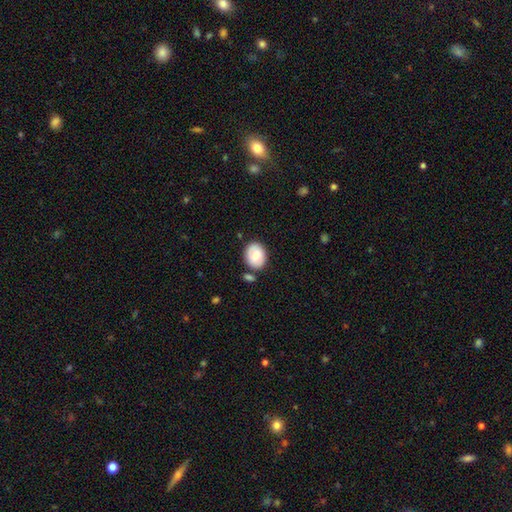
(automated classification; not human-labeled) Smooth or featured?
  - smooth: 72% *
  - featured or disk: 21%
  - star or artifact: 7%
How rounded?
  - in between: 56% *
  - round: 43%
  - cigar-shaped: 1%
Merging?
  - none: 80% *
  - minor disturbance: 11%
  - merger: 7%
  - major disturbance: 3%